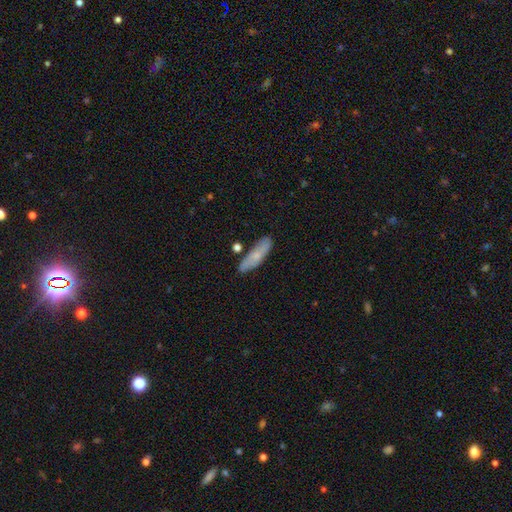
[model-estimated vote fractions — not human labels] The model was most divided on "how rounded": cigar-shaped: 61%, in between: 36%, round: 2%. More confident: merging — none (77%); smooth or featured — smooth (68%).